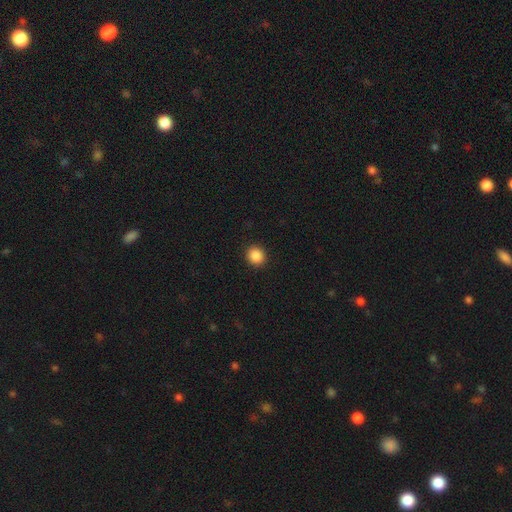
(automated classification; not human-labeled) This is clearly a smooth galaxy (87%). How rounded: clearly round (86%). Merging: clearly none (92%).